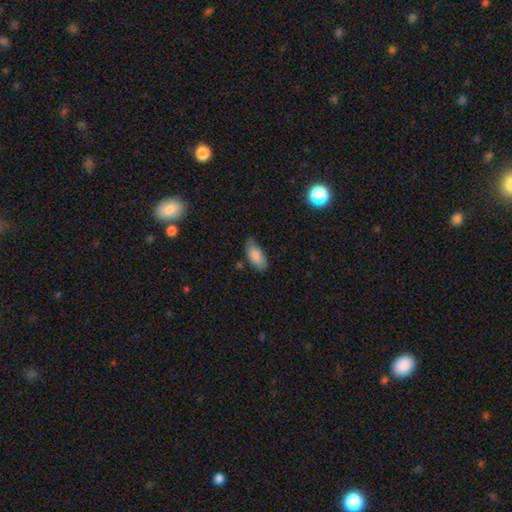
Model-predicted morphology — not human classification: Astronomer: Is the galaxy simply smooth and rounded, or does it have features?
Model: smooth — 86%.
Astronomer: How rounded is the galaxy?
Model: in between — 89%.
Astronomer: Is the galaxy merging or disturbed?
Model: none — 64%.